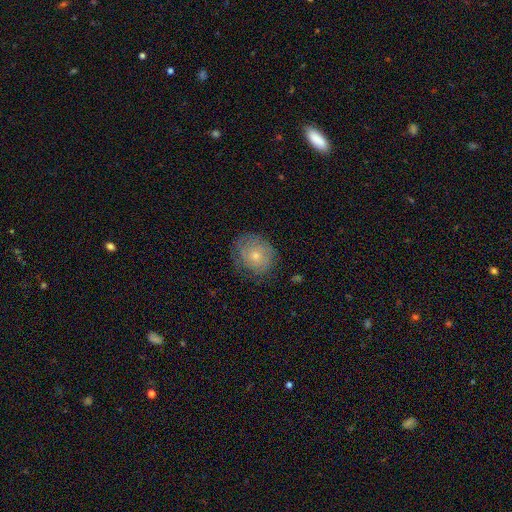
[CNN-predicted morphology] type=smooth (49%); merging=none (76%).